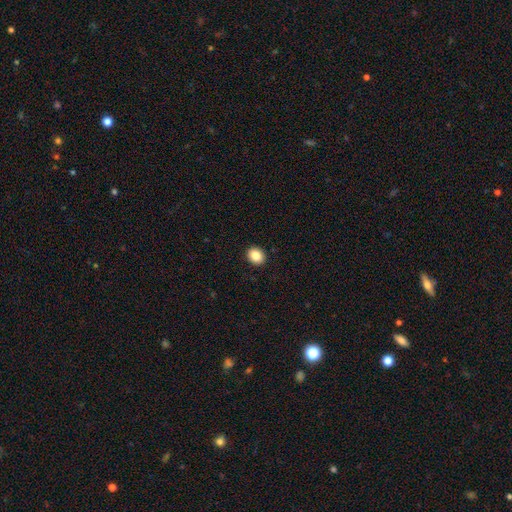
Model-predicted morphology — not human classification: Smooth or featured?
  - smooth: 85% *
  - star or artifact: 9%
  - featured or disk: 6%
How rounded?
  - round: 62% *
  - in between: 37%
  - cigar-shaped: 1%
Merging?
  - none: 92% *
  - minor disturbance: 5%
  - major disturbance: 2%
  - merger: 1%